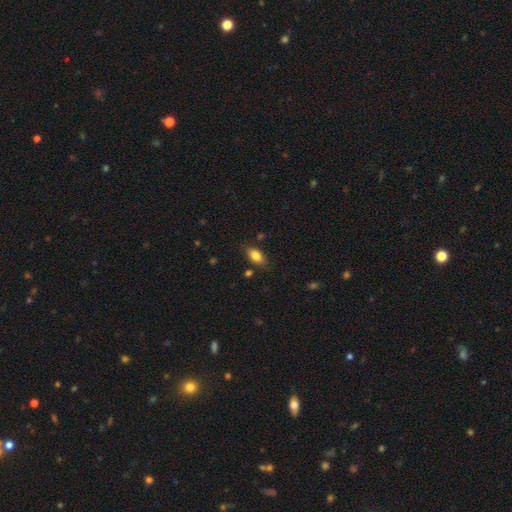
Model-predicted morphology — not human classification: smooth-or-featured: smooth: 82% | featured or disk: 10% | star or artifact: 8%
  how-rounded: in between: 88% | cigar-shaped: 7% | round: 6%
  merging: none: 80% | minor disturbance: 14% | major disturbance: 3% | merger: 3%